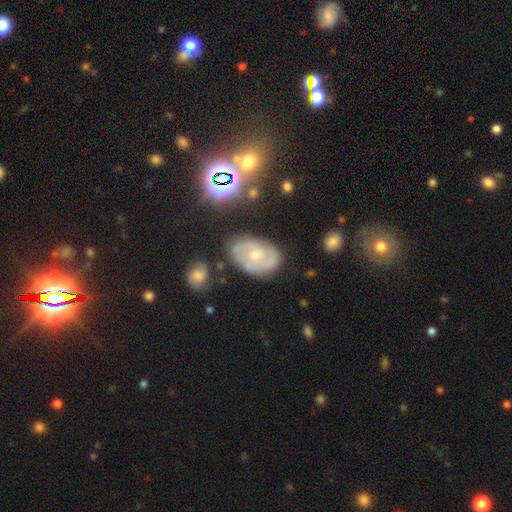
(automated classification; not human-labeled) This appears to be a featured or disk galaxy (66%) with no bar (65%), 2 (58%) tight (48%) spiral arms (83%) and a small central bulge (50%). Merging: none (71%).